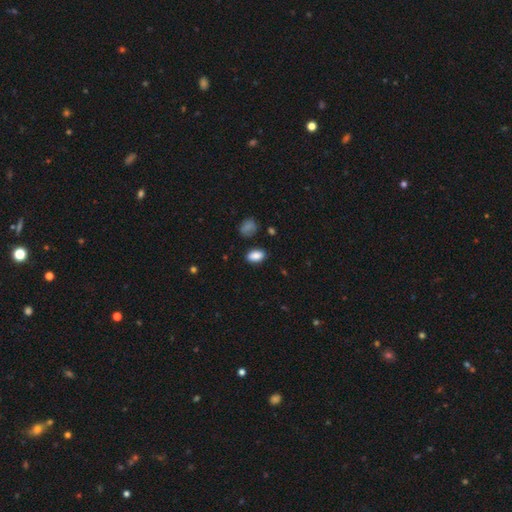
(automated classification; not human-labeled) A smooth galaxy with no disk features (87%) that is in between round and cigar-shaped (90%).

Vote fractions:
- Smooth or featured? smooth: 87% / star or artifact: 9% / featured or disk: 4%
- How rounded? in between: 90% / round: 8% / cigar-shaped: 2%
- Merging? none: 83% / minor disturbance: 12% / major disturbance: 3% / merger: 2%